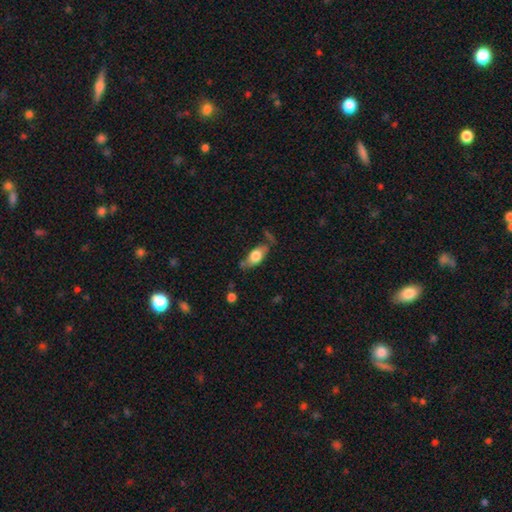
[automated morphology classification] Smooth or featured?
  - smooth: 66% *
  - featured or disk: 27%
  - star or artifact: 7%
How rounded?
  - in between: 83% *
  - cigar-shaped: 11%
  - round: 5%
Merging?
  - none: 59% *
  - minor disturbance: 25%
  - major disturbance: 9%
  - merger: 6%